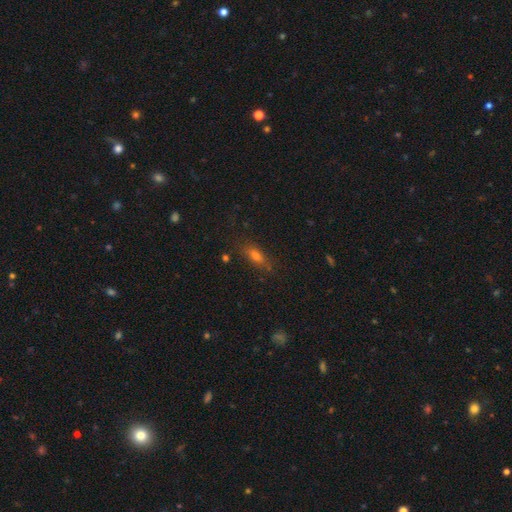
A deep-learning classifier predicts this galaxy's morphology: A smooth galaxy with no disk features (61%) that is in between round and cigar-shaped (56%).

Vote fractions:
- Smooth or featured? smooth: 61% / featured or disk: 22% / star or artifact: 17%
- How rounded? in between: 56% / cigar-shaped: 37% / round: 7%
- Merging? none: 76% / minor disturbance: 16% / major disturbance: 6% / merger: 2%